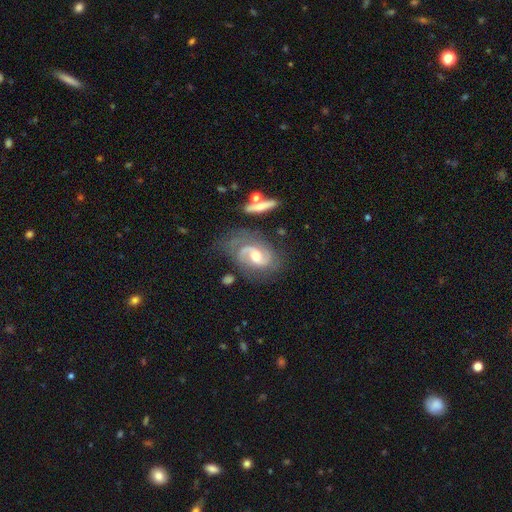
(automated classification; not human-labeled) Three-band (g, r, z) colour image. It shows a featured or disk galaxy (85%) with a weak bar (47%), 2 (78%) medium (50%) spiral arms (96%) and a moderate central bulge (66%). Merging: none (57%).